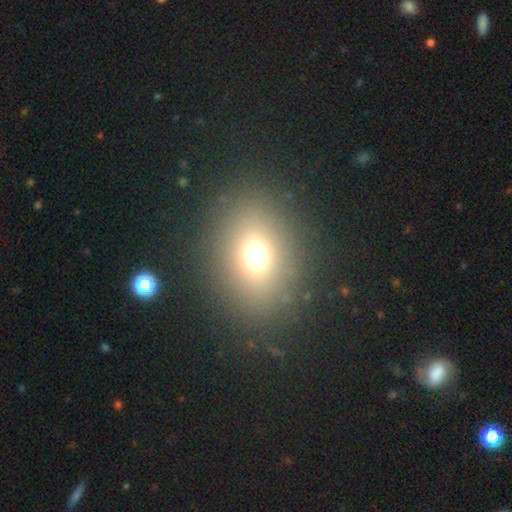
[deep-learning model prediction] A smooth galaxy with no disk features (68%) that is in between round and cigar-shaped (52%). Merging: none (85%).